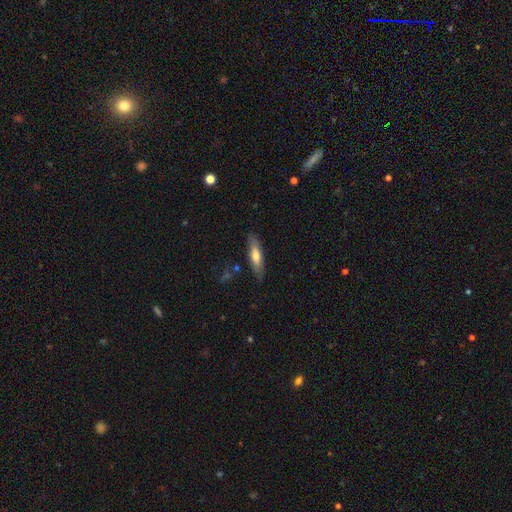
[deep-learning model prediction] Q: Smooth or featured?
A: smooth (63%); runner-up: featured or disk (31%)
Q: How rounded?
A: cigar-shaped (64%); runner-up: in between (34%)
Q: Merging?
A: none (82%); runner-up: minor disturbance (13%)